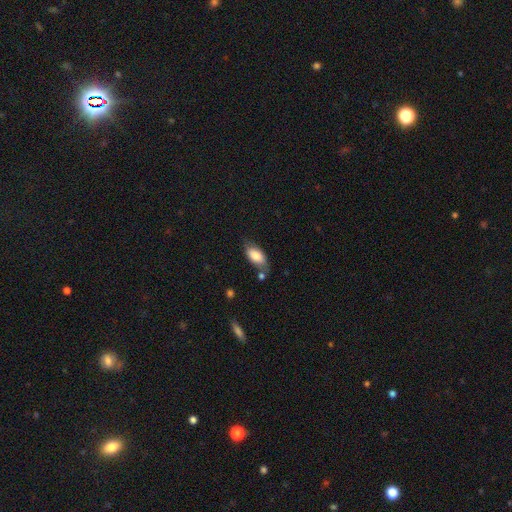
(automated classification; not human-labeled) This is clearly a smooth galaxy (81%). How rounded: clearly in between (91%). Merging: likely none (61%).